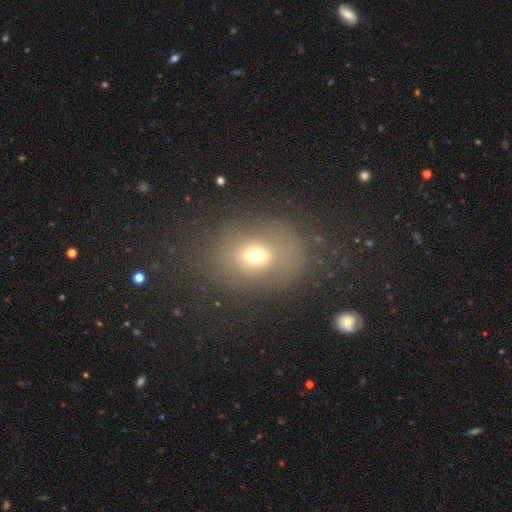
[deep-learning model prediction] smooth_or_featured: smooth (p=0.64) [alt: featured or disk p=0.19]
how_rounded: round (p=0.51) [alt: in between p=0.48]
merging: none (p=0.63) [alt: minor disturbance p=0.18]